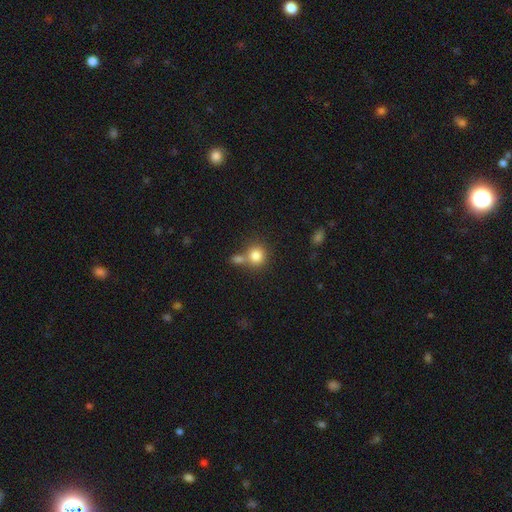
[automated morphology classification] smooth-or-featured: smooth: 82% | star or artifact: 10% | featured or disk: 8%
  how-rounded: round: 86% | in between: 13% | cigar-shaped: 1%
  merging: none: 54% | merger: 32% | minor disturbance: 10% | major disturbance: 4%